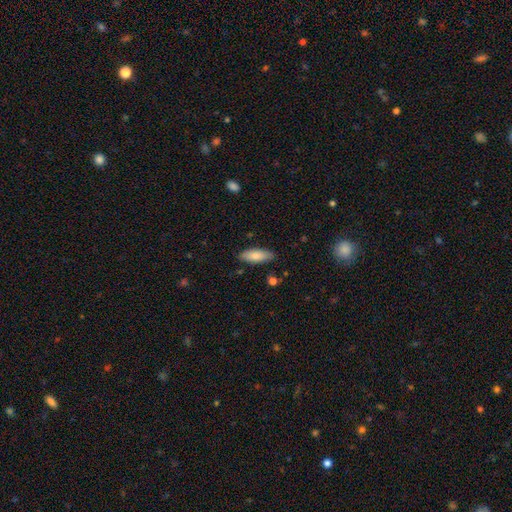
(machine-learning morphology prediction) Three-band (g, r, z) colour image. It shows a smooth galaxy with no disk features (81%) that is in between round and cigar-shaped (68%). Merging: none (84%).